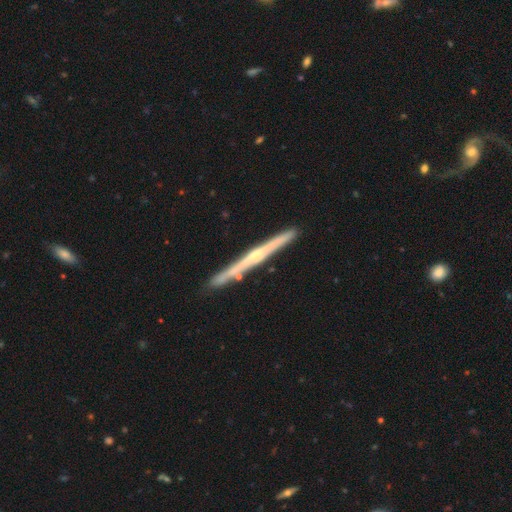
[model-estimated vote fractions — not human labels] smooth-or-featured: featured or disk: 75% | smooth: 20% | star or artifact: 5%
  disk-edge-on: yes: 98% | no: 2%
    edge-on-bulge: rounded: 54% | none: 39% | boxy: 7%
  merging: none: 87% | minor disturbance: 9% | merger: 3% | major disturbance: 2%